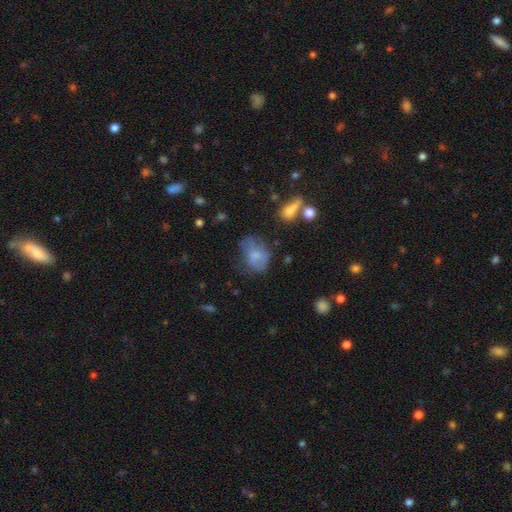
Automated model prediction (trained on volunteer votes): Morphology: type=smooth (58%); roundness=in between (73%); merging=none (43%).